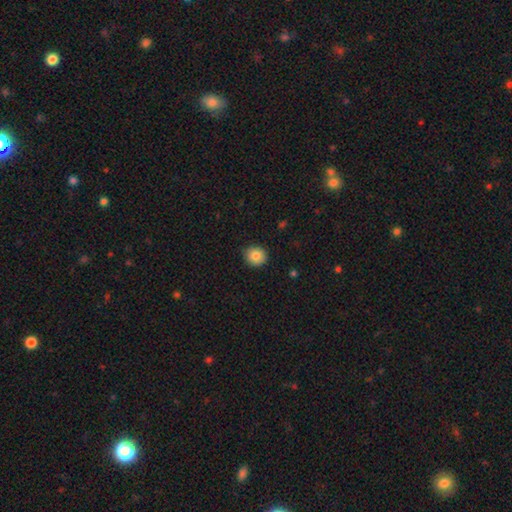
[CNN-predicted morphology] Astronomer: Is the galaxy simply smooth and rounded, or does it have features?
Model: smooth — 82%.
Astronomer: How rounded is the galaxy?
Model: round — 85%.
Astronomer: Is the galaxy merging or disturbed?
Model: none — 84%.